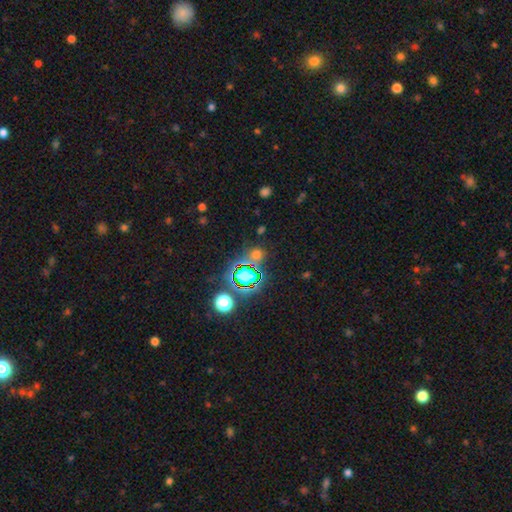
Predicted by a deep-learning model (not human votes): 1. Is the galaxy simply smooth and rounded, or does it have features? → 58% star or artifact, 34% smooth, 9% featured or disk.